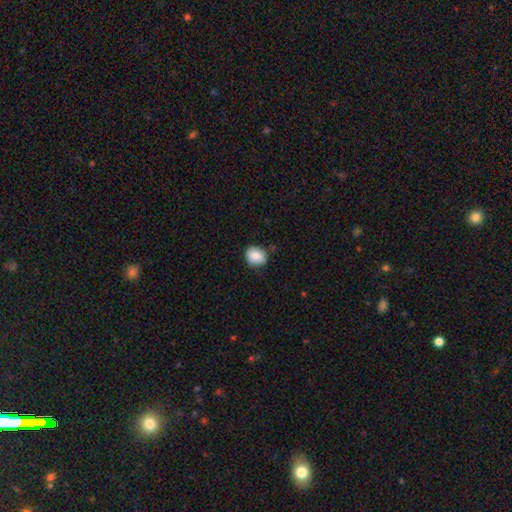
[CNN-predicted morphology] smooth-or-featured: smooth: 83% | featured or disk: 9% | star or artifact: 8%
  how-rounded: round: 67% | in between: 32% | cigar-shaped: 1%
  merging: none: 80% | minor disturbance: 16% | major disturbance: 3% | merger: 2%